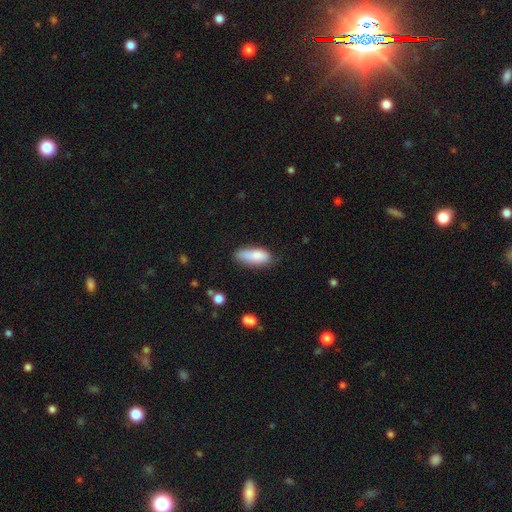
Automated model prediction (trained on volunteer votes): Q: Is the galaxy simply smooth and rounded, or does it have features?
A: smooth — 83%.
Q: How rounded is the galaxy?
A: in between — 76%.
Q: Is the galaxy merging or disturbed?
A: none — 60%.